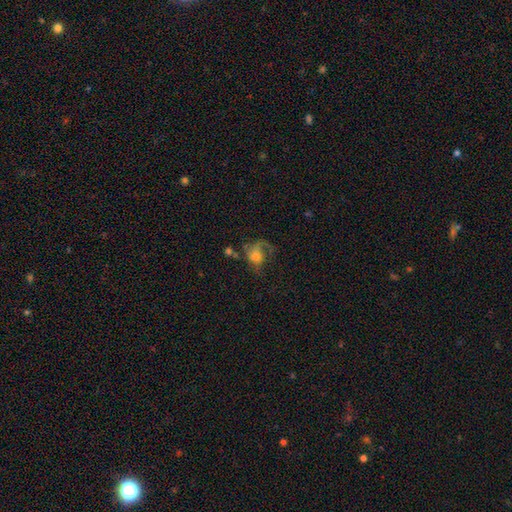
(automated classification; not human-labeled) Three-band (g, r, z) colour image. It shows a featured or disk galaxy (53%) with no bar (75%), spiral arms (77%) and a moderate central bulge (44%). Merging: major disturbance (45%).